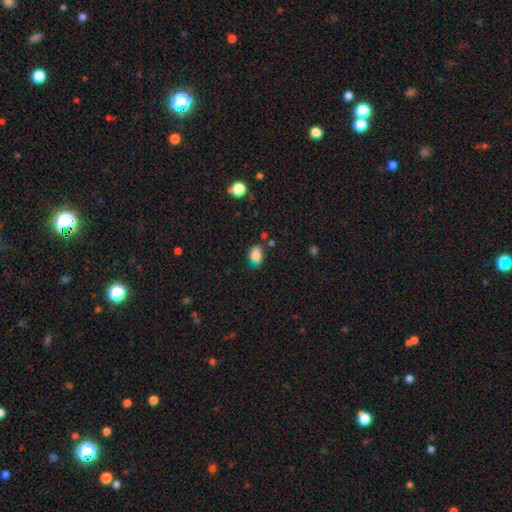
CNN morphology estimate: Smooth or featured? Predicted: smooth (p=0.81). How rounded? Predicted: in between (p=0.73). Merging? Predicted: none (p=0.58).